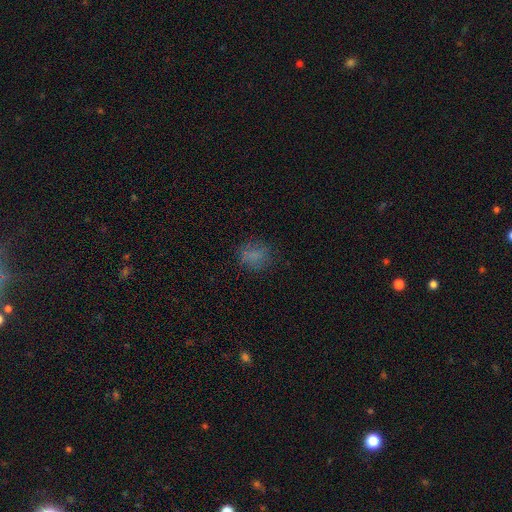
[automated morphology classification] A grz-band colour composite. It shows a smooth galaxy with no disk features (68%) that is round (71%). Merging: none (73%).